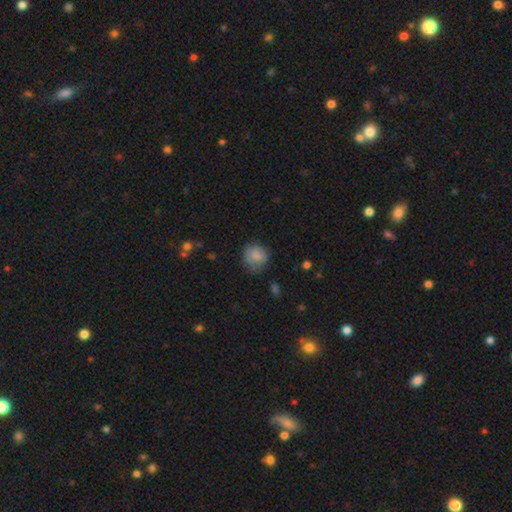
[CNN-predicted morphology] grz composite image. It shows a smooth galaxy with no disk features (82%) that is round (84%). Merging: none (69%).